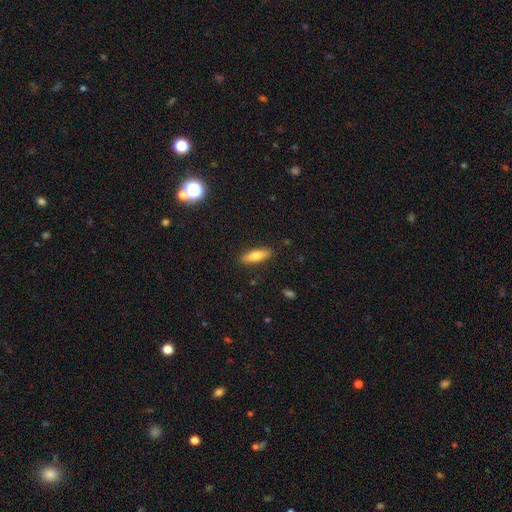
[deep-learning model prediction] smooth-or-featured: smooth: 72% | featured or disk: 21% | star or artifact: 7%
  how-rounded: cigar-shaped: 50% | in between: 48% | round: 2%
  merging: none: 89% | minor disturbance: 8% | major disturbance: 2% | merger: 1%